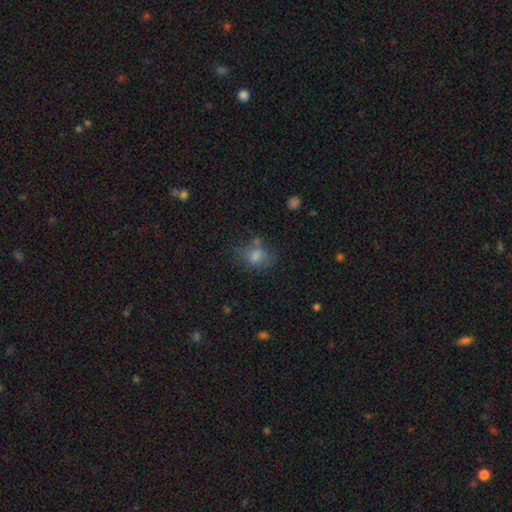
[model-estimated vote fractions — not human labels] Overall: smooth (72%). How rounded: in between (53%; round 46%). Merging: none (62%).